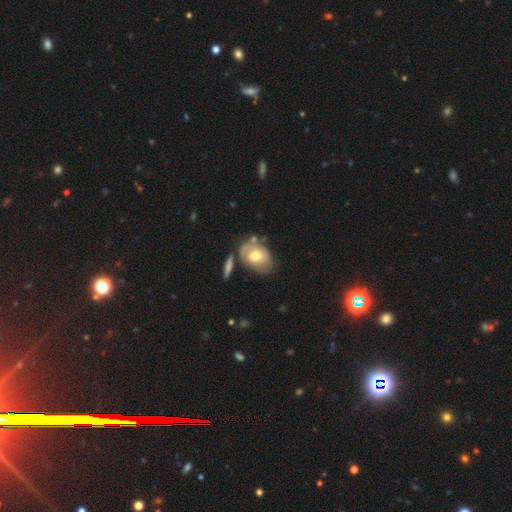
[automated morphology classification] Overall: smooth (53%; featured or disk 40%). How rounded: in between (78%). Merging: none (50%; minor disturbance 25%).